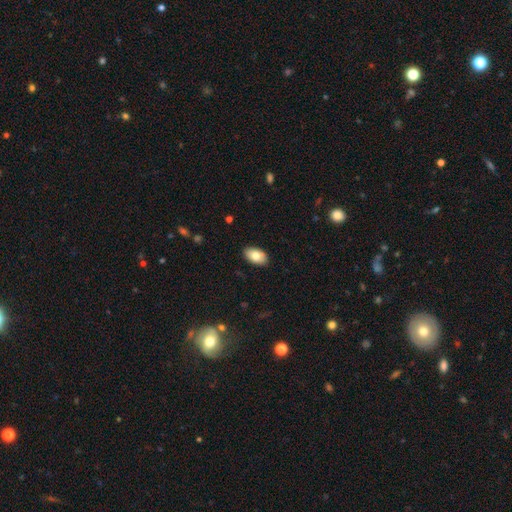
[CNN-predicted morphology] A smooth galaxy with no disk features (78%) that is in between round and cigar-shaped (94%).

Vote fractions:
- Smooth or featured? smooth: 78% / featured or disk: 15% / star or artifact: 7%
- How rounded? in between: 94% / round: 5% / cigar-shaped: 1%
- Merging? none: 89% / minor disturbance: 9% / major disturbance: 2% / merger: 1%